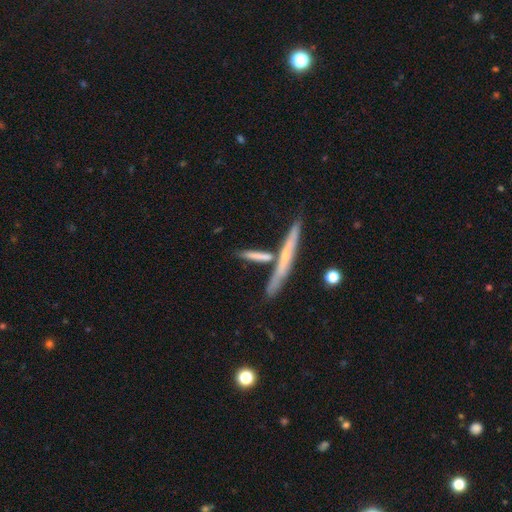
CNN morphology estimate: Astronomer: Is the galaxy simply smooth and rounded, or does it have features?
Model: smooth — 55% (runner-up: featured or disk, 38%).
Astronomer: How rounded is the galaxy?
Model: cigar-shaped — 88%.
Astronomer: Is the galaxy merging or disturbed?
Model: none — 60%.